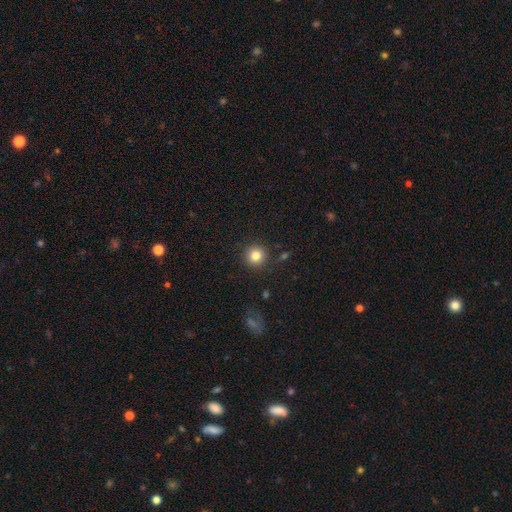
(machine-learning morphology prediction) smooth_or_featured: smooth (p=0.83) [alt: star or artifact p=0.11]
how_rounded: round (p=0.94) [alt: in between p=0.05]
merging: none (p=0.88) [alt: minor disturbance p=0.07]